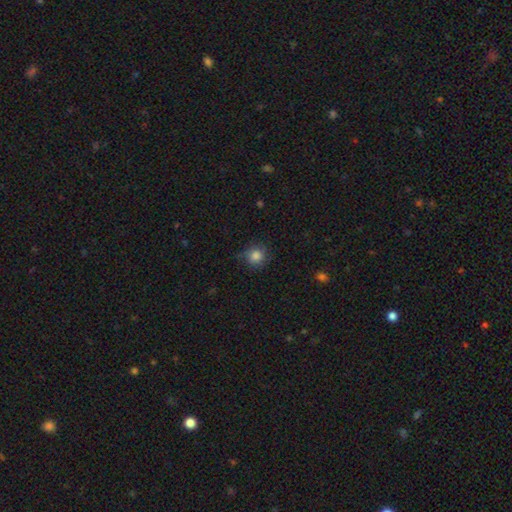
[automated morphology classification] Smooth or featured? smooth (83%)
How rounded? round (89%)
Merging? none (72%)